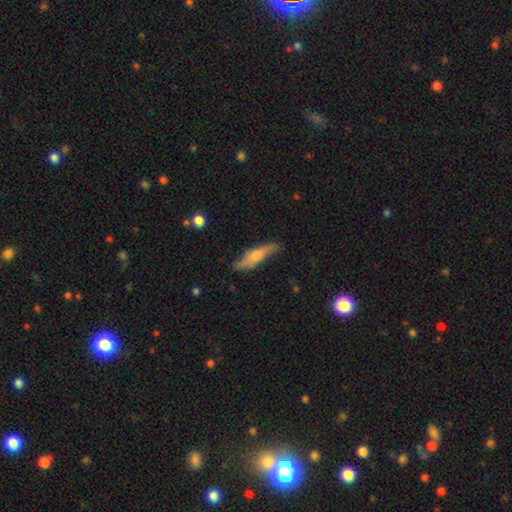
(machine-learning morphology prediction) Smooth or featured: featured or disk — 48% (smooth — 46%)
Merging: none — 71% (minor disturbance — 22%)